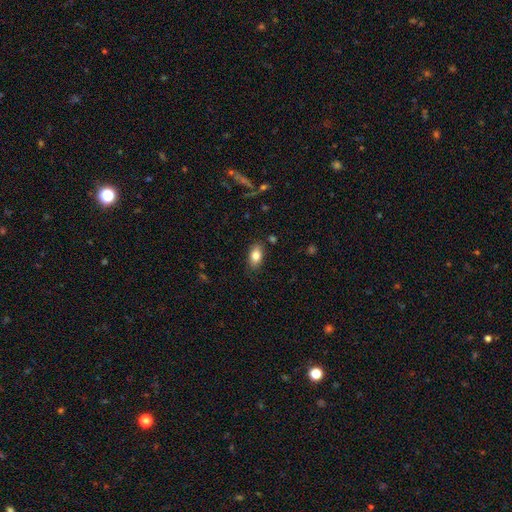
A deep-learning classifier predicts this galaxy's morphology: Smooth or featured?
  - smooth: 82% *
  - featured or disk: 10%
  - star or artifact: 8%
How rounded?
  - in between: 90% *
  - round: 6%
  - cigar-shaped: 4%
Merging?
  - none: 83% *
  - minor disturbance: 13%
  - major disturbance: 3%
  - merger: 2%